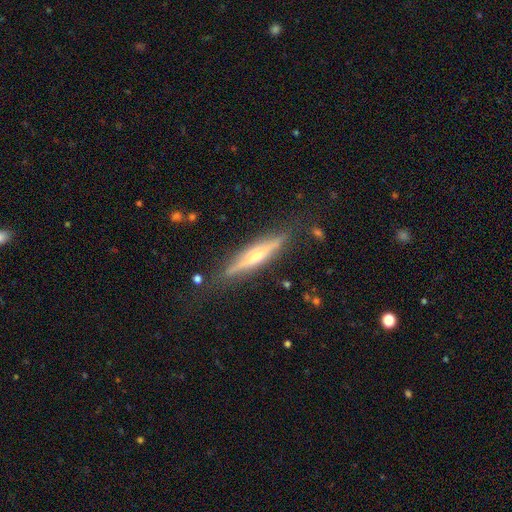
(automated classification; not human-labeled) Smooth or featured?
  - featured or disk: 69% *
  - smooth: 25%
  - star or artifact: 6%
Edge-on disk?
  - yes: 96% *
  - no: 4%
Edge-on bulge?
  - rounded: 76% *
  - none: 16%
  - boxy: 8%
Merging?
  - none: 84% *
  - minor disturbance: 12%
  - major disturbance: 3%
  - merger: 2%